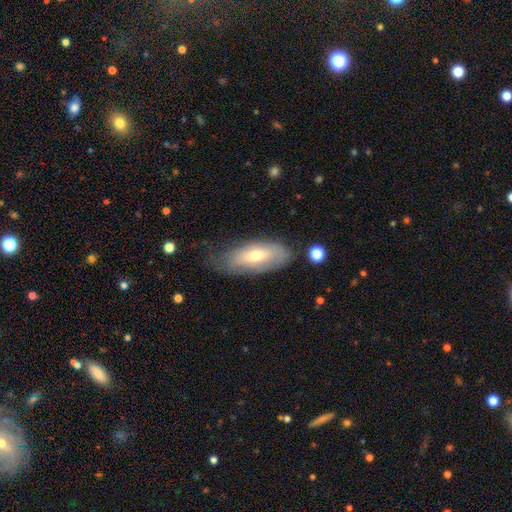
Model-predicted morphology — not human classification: smooth 62%, featured or disk 31%, star or artifact 7%. Down the decision tree: how rounded — in between (82%); merging — none (58%).